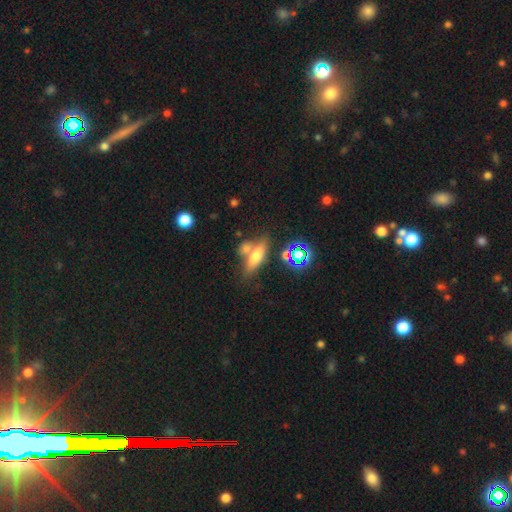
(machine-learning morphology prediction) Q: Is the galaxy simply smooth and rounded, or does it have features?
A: smooth — 60%.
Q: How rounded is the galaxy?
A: in between — 51%.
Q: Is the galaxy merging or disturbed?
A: none — 53%.